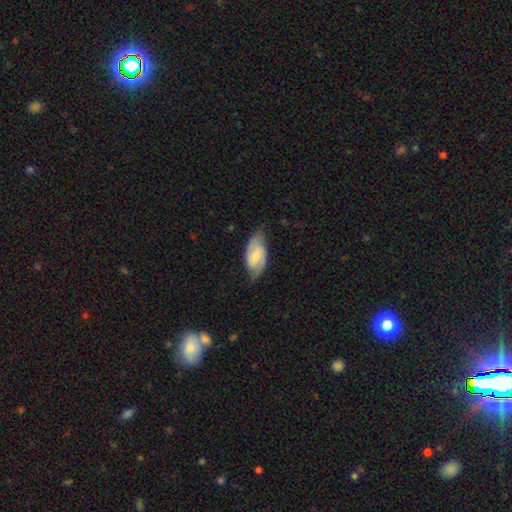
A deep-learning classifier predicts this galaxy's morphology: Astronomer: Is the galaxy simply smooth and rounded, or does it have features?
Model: featured or disk — 63%.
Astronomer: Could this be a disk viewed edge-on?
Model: no — 95%.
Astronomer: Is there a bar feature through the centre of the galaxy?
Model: weak — 51% (runner-up: no, 31%).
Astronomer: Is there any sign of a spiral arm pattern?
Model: yes — 90%.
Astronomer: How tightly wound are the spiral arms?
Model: medium — 45% (runner-up: loose, 29%).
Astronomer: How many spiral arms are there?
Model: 2 — 87%.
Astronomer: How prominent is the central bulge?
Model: small — 47% (runner-up: moderate, 38%).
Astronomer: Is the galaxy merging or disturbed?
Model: none — 66%.